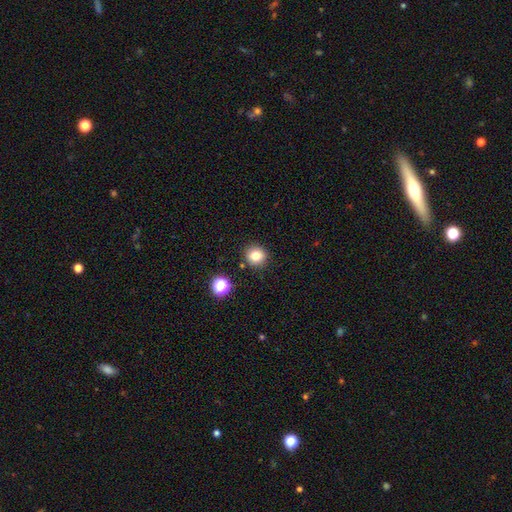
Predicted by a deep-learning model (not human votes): The model was most divided on "smooth or featured": smooth: 80%, star or artifact: 13%, featured or disk: 7%. More confident: how rounded — round (90%); merging — none (88%).